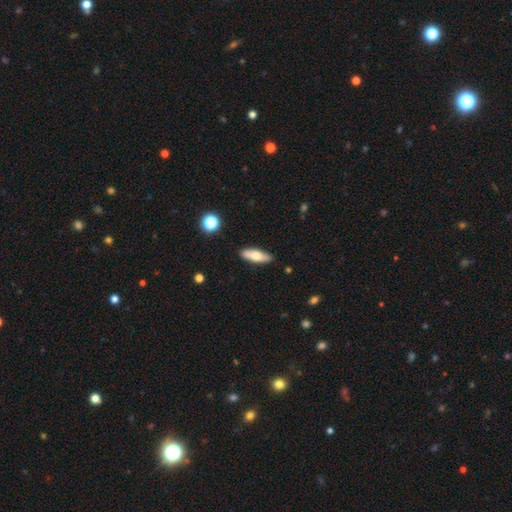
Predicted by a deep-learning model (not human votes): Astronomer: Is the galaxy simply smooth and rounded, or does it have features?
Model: smooth — 63%.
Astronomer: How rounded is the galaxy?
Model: in between — 56% (runner-up: cigar-shaped, 41%).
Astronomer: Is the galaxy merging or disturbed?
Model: none — 86%.